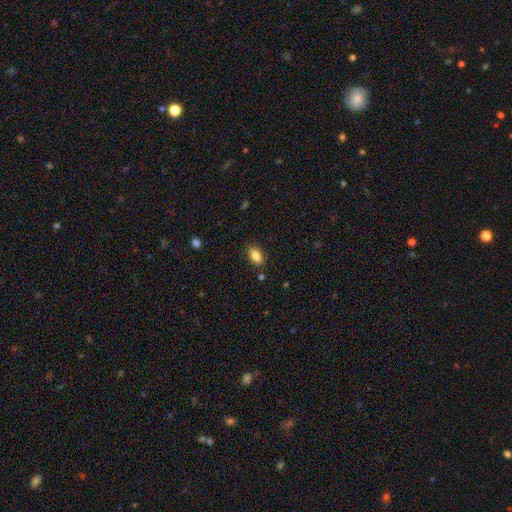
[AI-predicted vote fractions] This is clearly a smooth galaxy (86%). How rounded: clearly in between (91%). Merging: clearly none (85%).